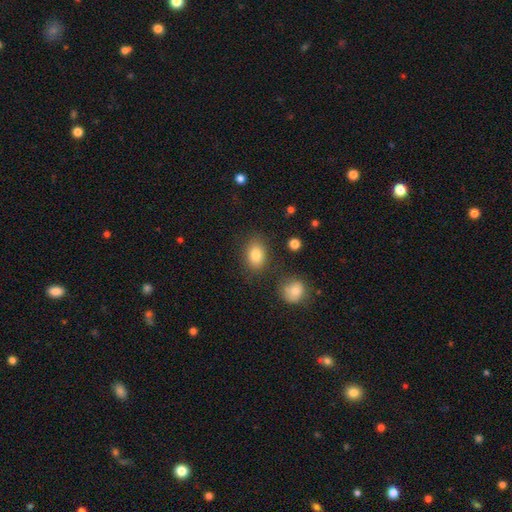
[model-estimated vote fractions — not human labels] smooth_or_featured: smooth (p=0.82) [alt: star or artifact p=0.10]
how_rounded: in between (p=0.73) [alt: round p=0.26]
merging: none (p=0.80) [alt: minor disturbance p=0.12]